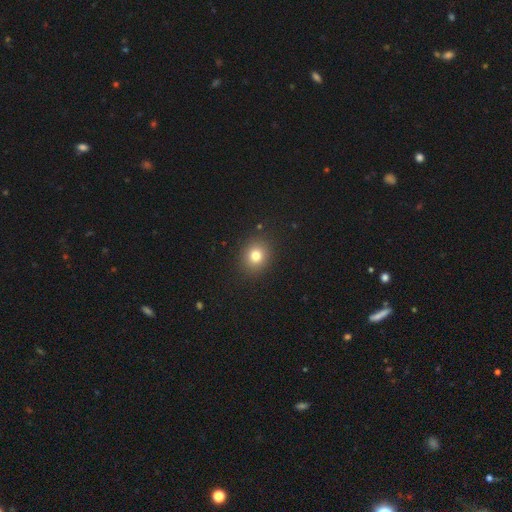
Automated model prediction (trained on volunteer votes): smooth 78%, star or artifact 14%, featured or disk 8%. Down the decision tree: how rounded — round (74%); merging — none (90%).